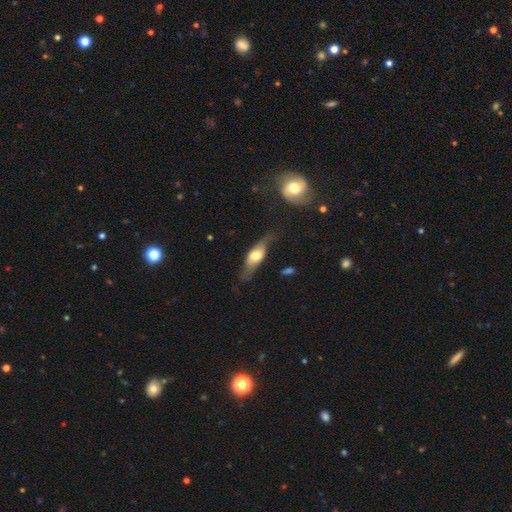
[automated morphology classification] smooth-or-featured: featured or disk: 51% | smooth: 43% | star or artifact: 6%
  disk-edge-on: yes: 66% | no: 34%
  merging: none: 62% | minor disturbance: 25% | major disturbance: 11% | merger: 3%